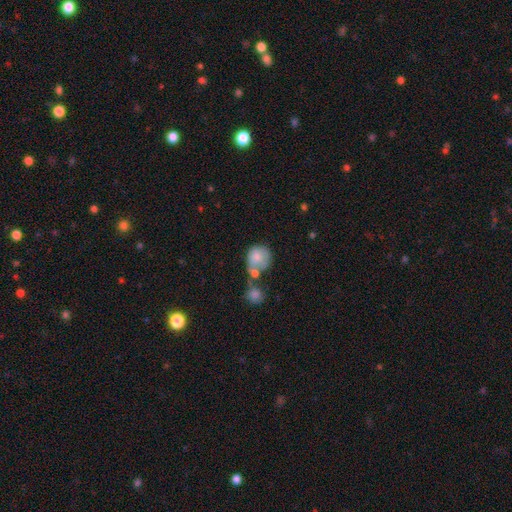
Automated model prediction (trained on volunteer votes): The model was most divided on "merging": merger: 42%, none: 28%, minor disturbance: 17%, major disturbance: 12%. More confident: smooth or featured — smooth (75%); how rounded — round (69%).